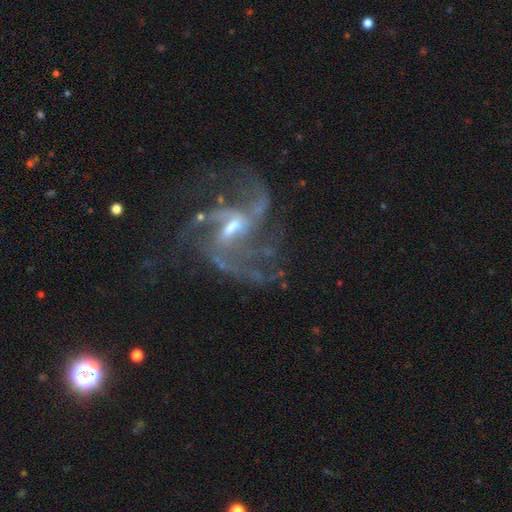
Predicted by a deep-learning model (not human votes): A featured or disk galaxy (87%) with a weak bar (53%), 2 (32%) loose (44%) spiral arms (95%) and a small central bulge (51%).

Vote fractions:
- Smooth or featured? featured or disk: 87% / star or artifact: 9% / smooth: 4%
- Edge-on disk? no: 97% / yes: 3%
- Bar? weak: 53% / strong: 26% / no: 20%
- Spiral arms? yes: 95% / no: 5%
- Spiral winding? loose: 44% / medium: 43% / tight: 12%
- Spiral arm count? 2: 32% / 3: 24% / can't tell: 18% / 4: 12% / more than 4: 7% / 1: 7%
- Bulge size? small: 51% / moderate: 40% / none: 6% / large: 2% / dominant: 1%
- Merging? none: 53% / major disturbance: 27% / minor disturbance: 16% / merger: 4%